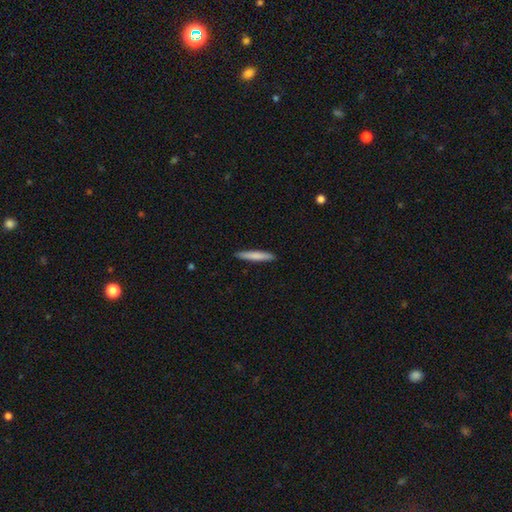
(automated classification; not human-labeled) Smooth or featured?
  - smooth: 78% *
  - featured or disk: 17%
  - star or artifact: 5%
How rounded?
  - cigar-shaped: 94% *
  - in between: 5%
  - round: 1%
Merging?
  - none: 91% *
  - minor disturbance: 6%
  - major disturbance: 1%
  - merger: 1%